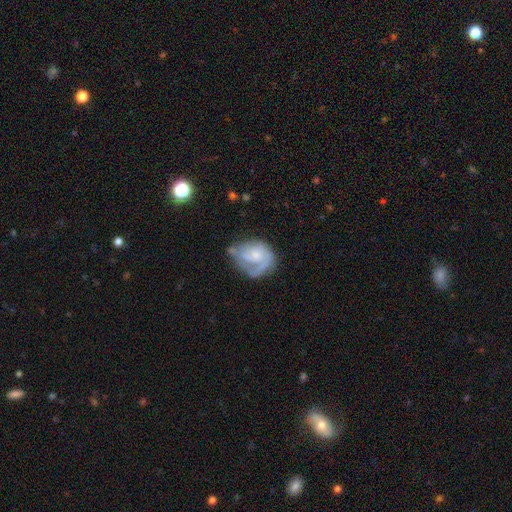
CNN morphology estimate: A featured or disk galaxy (62%) with no bar (72%), spiral arms (74%) and a small central bulge (46%).

Vote fractions:
- Smooth or featured? featured or disk: 62% / smooth: 31% / star or artifact: 7%
- Edge-on disk? no: 98% / yes: 2%
- Bar? no: 72% / weak: 24% / strong: 4%
- Spiral arms? yes: 74% / no: 26%
- Bulge size? small: 46% / moderate: 28% / none: 20% / large: 5% / dominant: 2%
- Merging? none: 37% / minor disturbance: 31% / major disturbance: 29% / merger: 4%